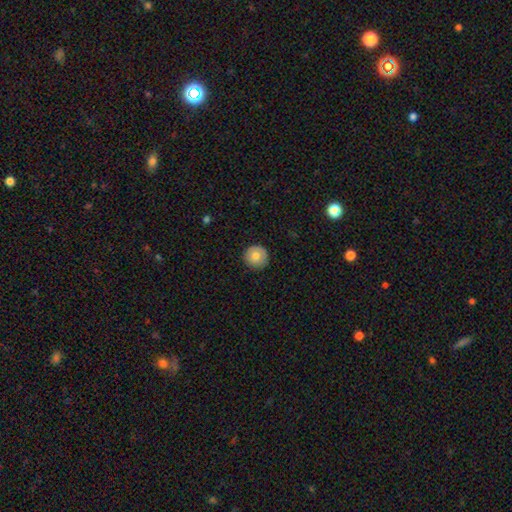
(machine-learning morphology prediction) This appears to be a smooth galaxy with no disk features (75%) that is round (95%). Merging: none (90%).